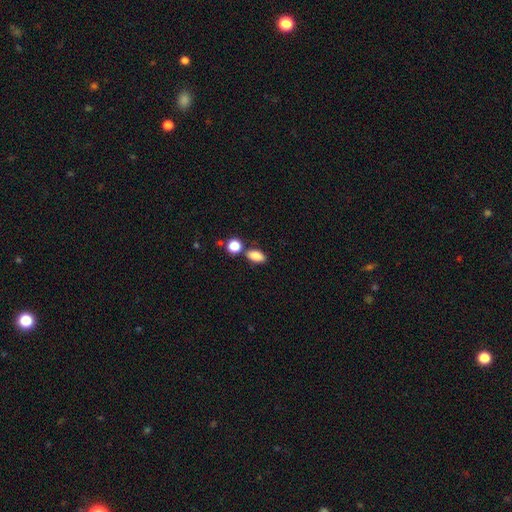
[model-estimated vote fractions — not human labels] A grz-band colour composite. It shows a smooth galaxy with no disk features (85%) that is in between round and cigar-shaped (87%). Merging: none (70%).